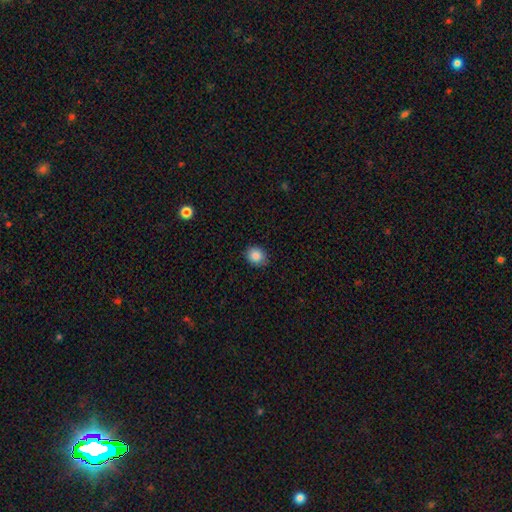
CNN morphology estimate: smooth 87%, star or artifact 9%, featured or disk 4%. Down the decision tree: how rounded — round (63%); merging — none (84%).